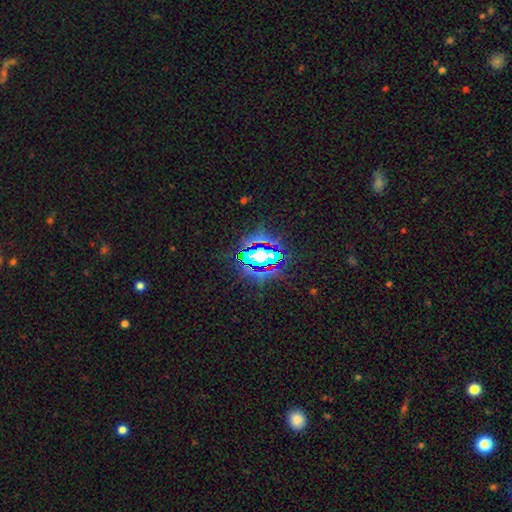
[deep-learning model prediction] Smooth or featured: star or artifact — 70% (smooth — 17%)